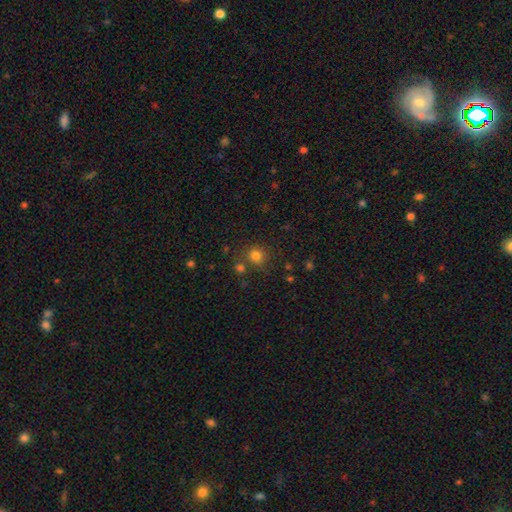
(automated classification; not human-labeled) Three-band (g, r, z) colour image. It shows a smooth galaxy with no disk features (78%) that is round (89%). Merging: none (74%).